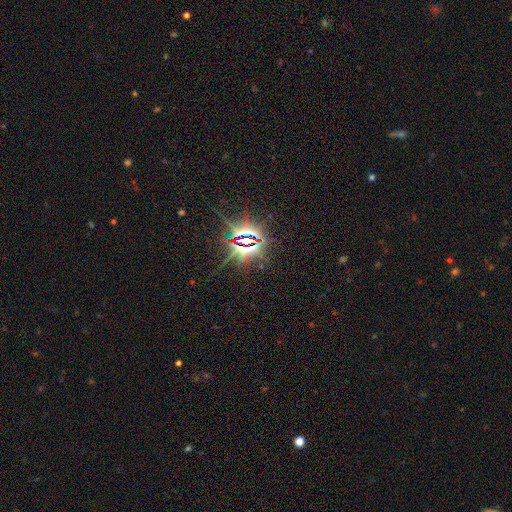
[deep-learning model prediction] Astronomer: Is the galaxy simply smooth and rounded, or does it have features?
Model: star or artifact — 84%.